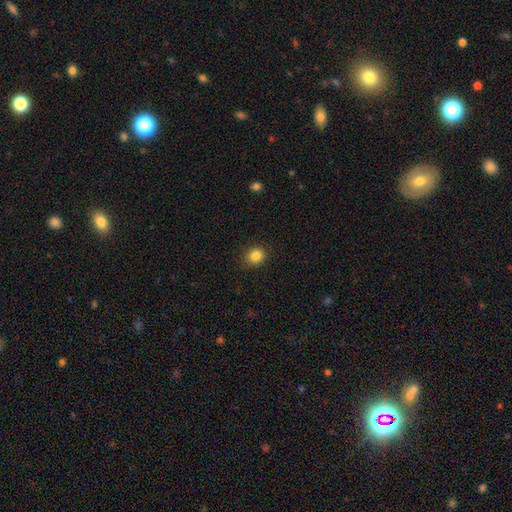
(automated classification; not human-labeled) smooth-or-featured: smooth: 85% | star or artifact: 11% | featured or disk: 5%
  how-rounded: round: 80% | in between: 19% | cigar-shaped: 1%
  merging: none: 89% | minor disturbance: 7% | major disturbance: 2% | merger: 1%